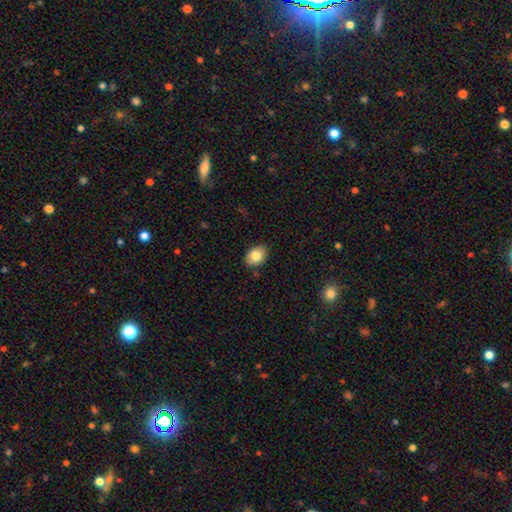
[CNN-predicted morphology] The model was most divided on "how rounded": in between: 76%, round: 23%, cigar-shaped: 1%. More confident: merging — none (85%); smooth or featured — smooth (80%).